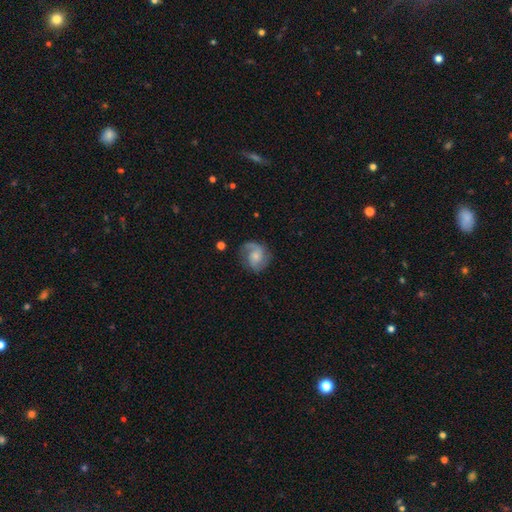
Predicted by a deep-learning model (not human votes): Overall: featured or disk (72%). Edge-on disk: no (98%). Bar: no (64%; weak 31%). Spiral arms: yes (94%). Spiral arm count: 2 (74%). Spiral winding: medium (47%; tight 26%). Bulge size: small (46%; moderate 39%). Merging: none (69%).